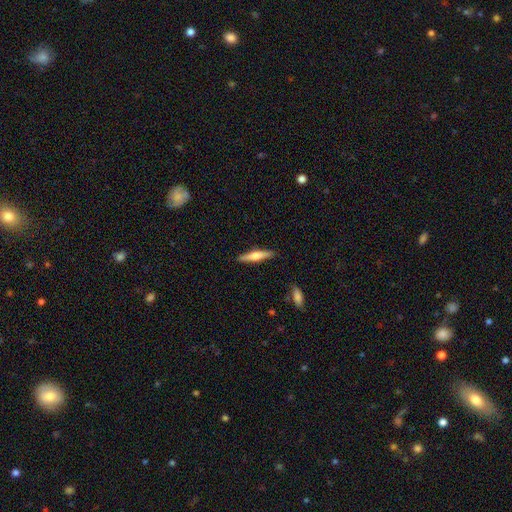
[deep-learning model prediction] smooth-or-featured: smooth: 49% | featured or disk: 45% | star or artifact: 6%
  merging: none: 90% | minor disturbance: 7% | major disturbance: 2% | merger: 1%